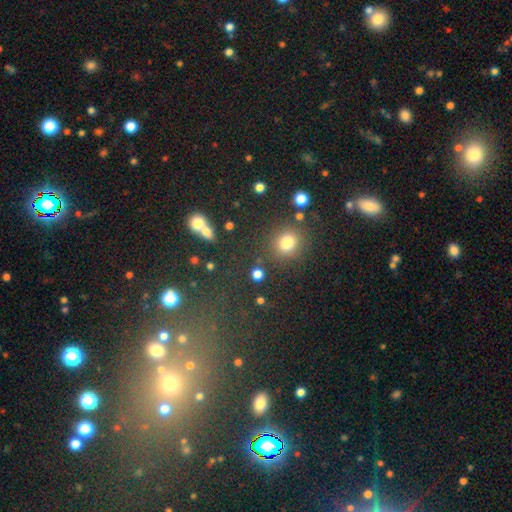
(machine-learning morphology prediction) smooth-or-featured: smooth: 55% | star or artifact: 37% | featured or disk: 8%
  how-rounded: round: 86% | in between: 12% | cigar-shaped: 2%
  merging: none: 82% | minor disturbance: 7% | merger: 6% | major disturbance: 4%